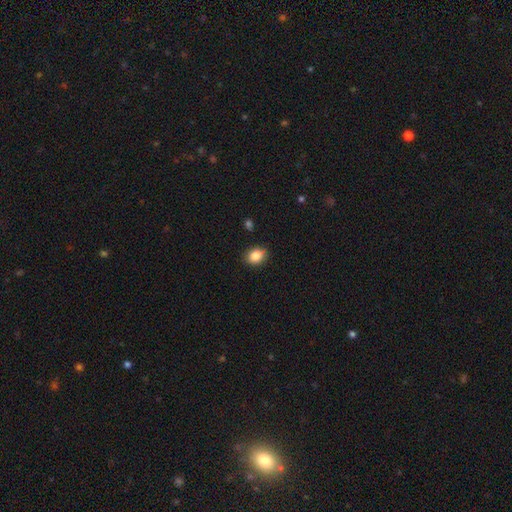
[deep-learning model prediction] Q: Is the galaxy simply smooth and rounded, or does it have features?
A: smooth — 86%.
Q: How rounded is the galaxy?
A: in between — 60%.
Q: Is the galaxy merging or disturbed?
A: none — 83%.